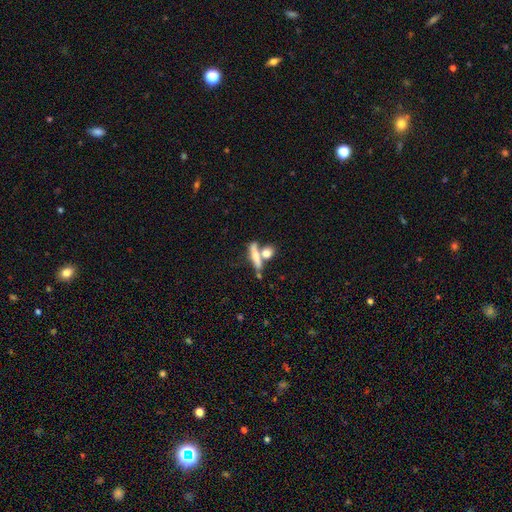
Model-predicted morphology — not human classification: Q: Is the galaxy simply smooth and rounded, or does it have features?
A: smooth — 53%.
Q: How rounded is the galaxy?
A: cigar-shaped — 62%.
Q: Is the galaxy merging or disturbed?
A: none — 48%.